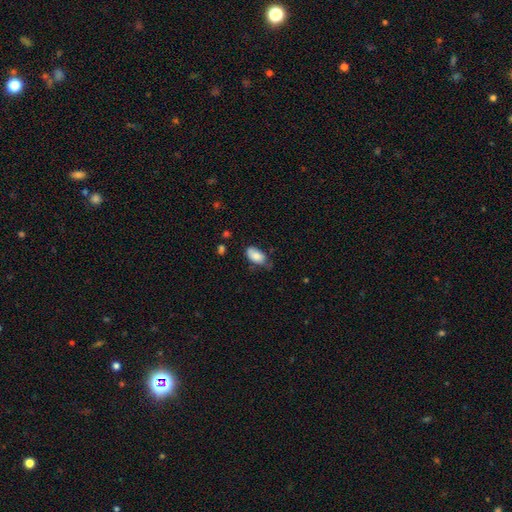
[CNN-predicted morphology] Smooth or featured?
  - smooth: 82% *
  - featured or disk: 11%
  - star or artifact: 7%
How rounded?
  - in between: 93% *
  - round: 4%
  - cigar-shaped: 2%
Merging?
  - none: 51% *
  - minor disturbance: 37%
  - major disturbance: 10%
  - merger: 3%